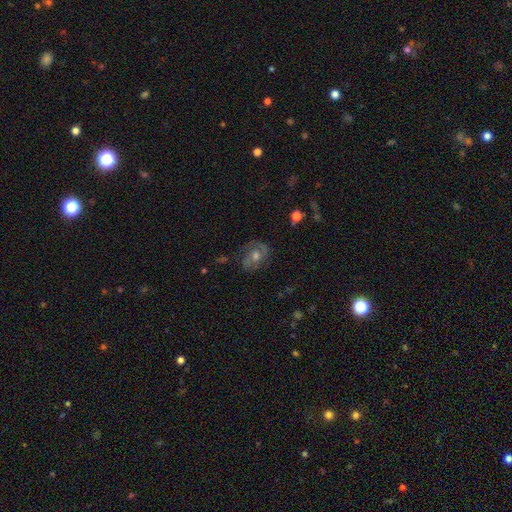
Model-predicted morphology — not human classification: smooth-or-featured: featured or disk: 66% | smooth: 20% | star or artifact: 13%
  disk-edge-on: no: 96% | yes: 4%
    bar: no: 72% | weak: 22% | strong: 5%
    has-spiral-arms: yes: 79% | no: 21%
      spiral-winding: tight: 44% | medium: 41% | loose: 15%
      spiral-arm-count: 2: 56% | can't tell: 24% | 1: 10% | 3: 5% | 4: 2% | more than 4: 2%
    bulge-size: moderate: 69% | small: 21% | large: 7% | none: 2% | dominant: 1%
  merging: none: 69% | minor disturbance: 18% | major disturbance: 10% | merger: 2%